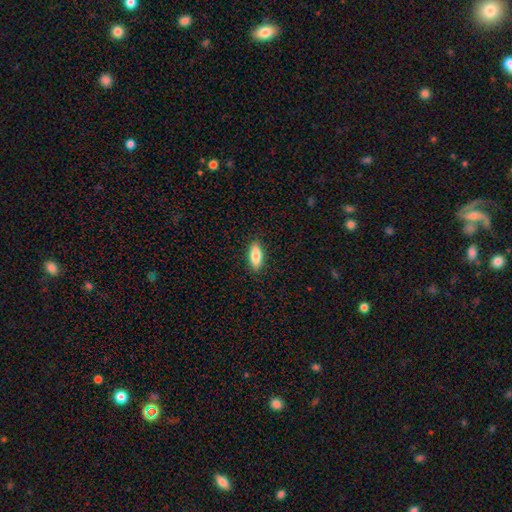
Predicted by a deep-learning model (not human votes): Overall: smooth (84%). How rounded: in between (80%). Merging: none (89%).